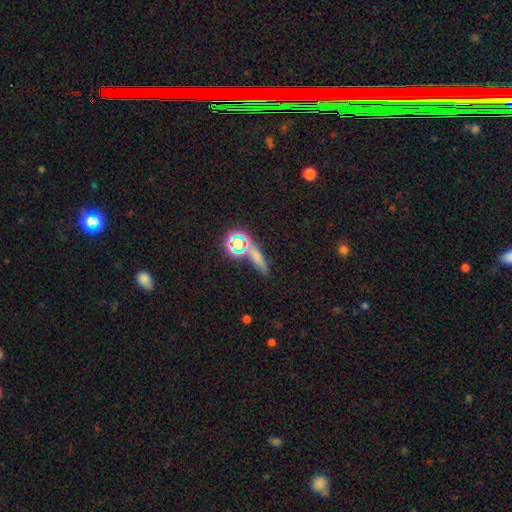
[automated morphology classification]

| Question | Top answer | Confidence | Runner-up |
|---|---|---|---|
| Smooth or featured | smooth | 53% | star or artifact (32%) |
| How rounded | cigar-shaped | 63% | in between (20%) |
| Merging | none | 68% | minor disturbance (13%) |